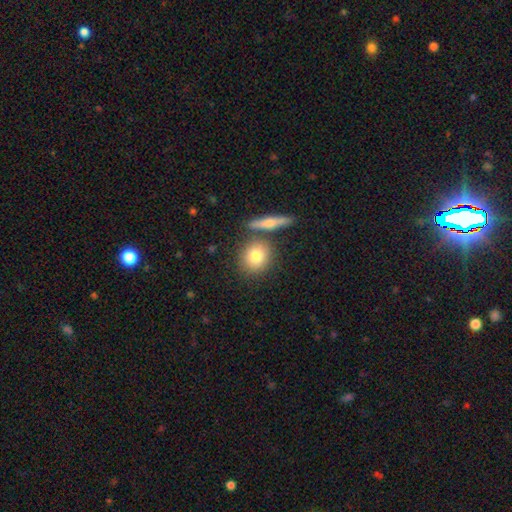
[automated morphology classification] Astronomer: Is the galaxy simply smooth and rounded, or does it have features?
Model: smooth — 79%.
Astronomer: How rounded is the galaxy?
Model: round — 75%.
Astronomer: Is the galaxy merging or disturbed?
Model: none — 71%.